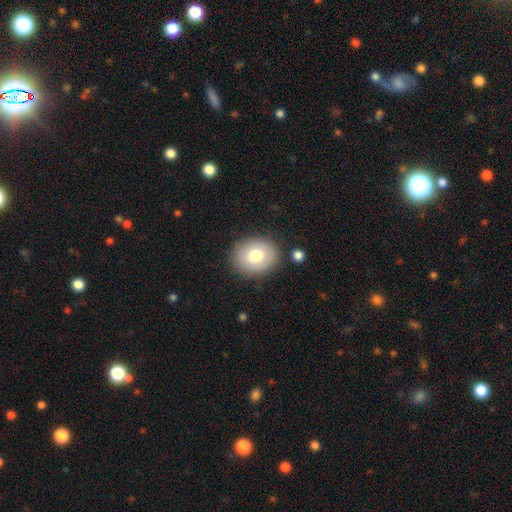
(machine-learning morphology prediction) The model was most divided on "how rounded": in between: 50%, round: 49%, cigar-shaped: 1%. More confident: merging — none (84%); smooth or featured — smooth (71%).